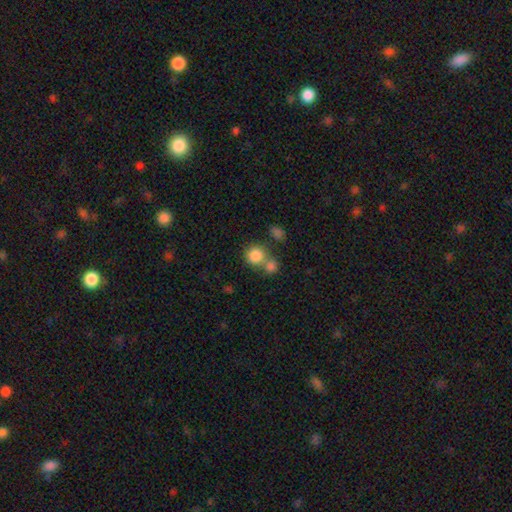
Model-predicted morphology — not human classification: Overall: smooth (83%). How rounded: round (85%). Merging: none (48%; merger 39%).